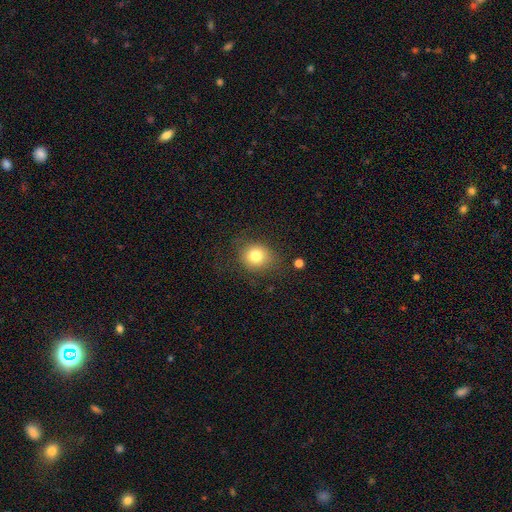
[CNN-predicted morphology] The model was most divided on "how rounded": round: 79%, in between: 20%, cigar-shaped: 1%. More confident: smooth or featured — smooth (79%); merging — none (77%).